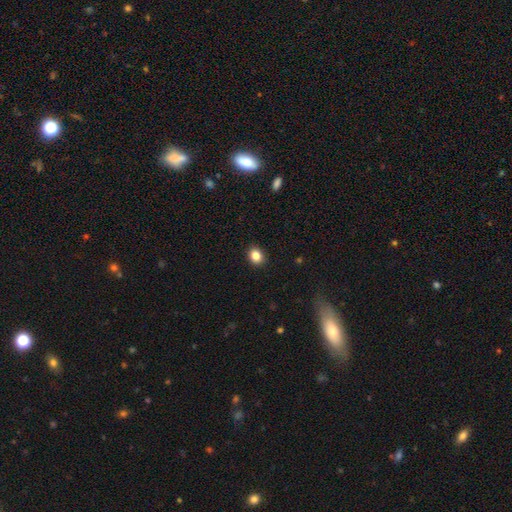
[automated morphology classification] smooth_or_featured: smooth (p=0.85) [alt: star or artifact p=0.10]
how_rounded: round (p=0.57) [alt: in between p=0.42]
merging: none (p=0.91) [alt: minor disturbance p=0.07]